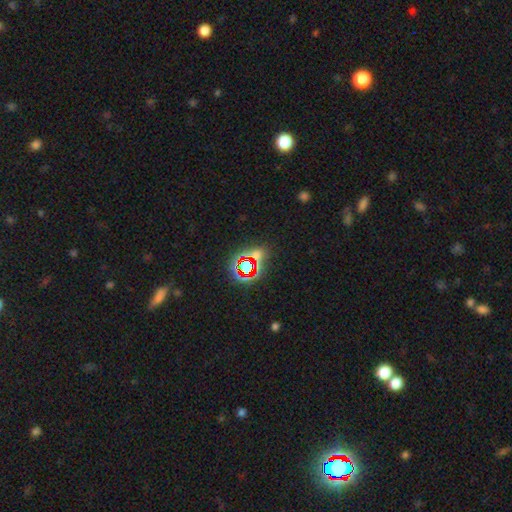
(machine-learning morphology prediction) This is likely a star or artifact rather than a galaxy (62%).